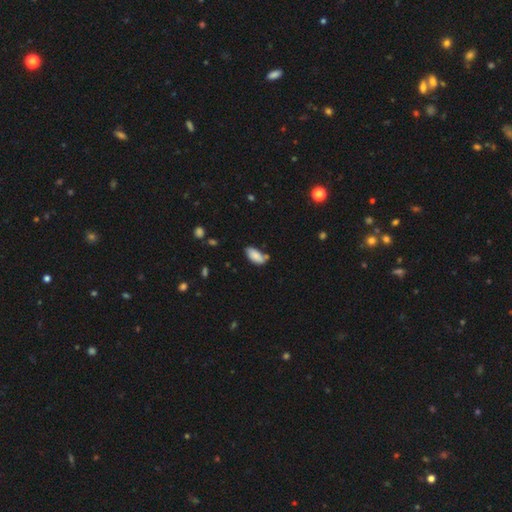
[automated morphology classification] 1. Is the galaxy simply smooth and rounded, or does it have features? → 84% smooth, 9% featured or disk, 7% star or artifact.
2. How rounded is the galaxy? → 90% in between, 8% cigar-shaped, 2% round.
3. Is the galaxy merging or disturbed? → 57% none, 26% minor disturbance, 11% merger, 6% major disturbance.